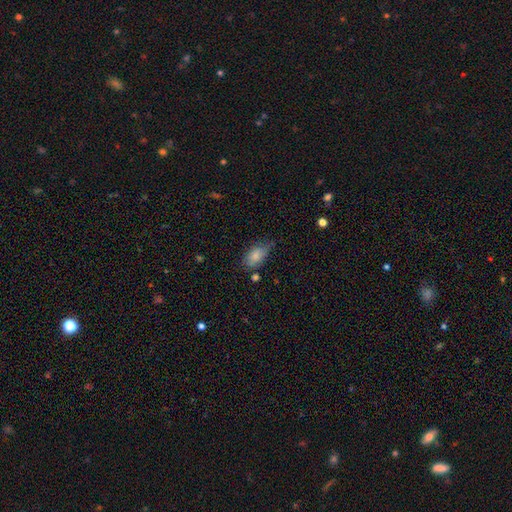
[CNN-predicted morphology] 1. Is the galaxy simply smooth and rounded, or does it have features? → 80% smooth, 12% featured or disk, 8% star or artifact.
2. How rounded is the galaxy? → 91% in between, 6% round, 4% cigar-shaped.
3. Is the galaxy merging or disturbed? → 59% none, 29% minor disturbance, 7% major disturbance, 5% merger.